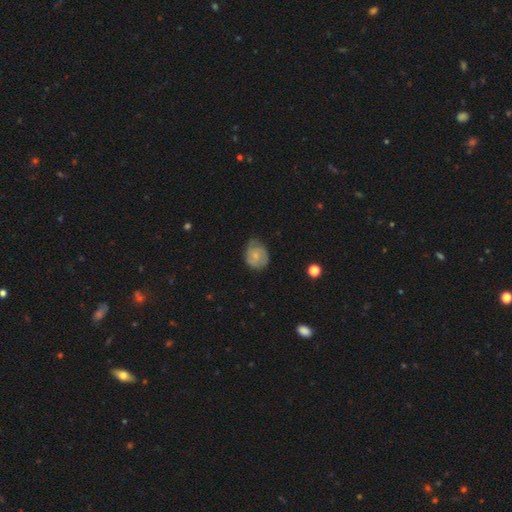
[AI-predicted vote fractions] smooth 55%, featured or disk 37%, star or artifact 8%. Down the decision tree: how rounded — round (62%); merging — none (54%).